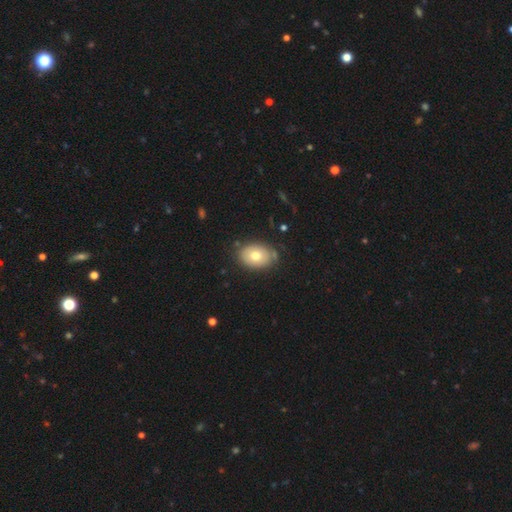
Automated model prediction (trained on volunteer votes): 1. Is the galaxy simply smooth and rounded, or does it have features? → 72% smooth, 20% featured or disk, 8% star or artifact.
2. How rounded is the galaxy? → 77% in between, 22% round, 1% cigar-shaped.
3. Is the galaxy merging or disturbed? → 77% none, 17% minor disturbance, 4% major disturbance, 3% merger.